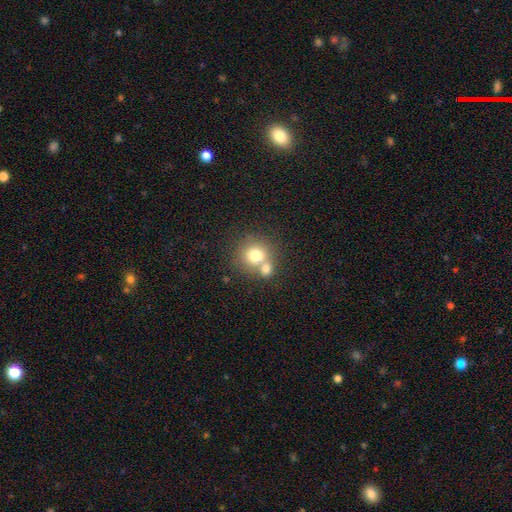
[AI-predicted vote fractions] Overall: smooth (74%). How rounded: round (87%). Merging: none (47%; merger 42%).